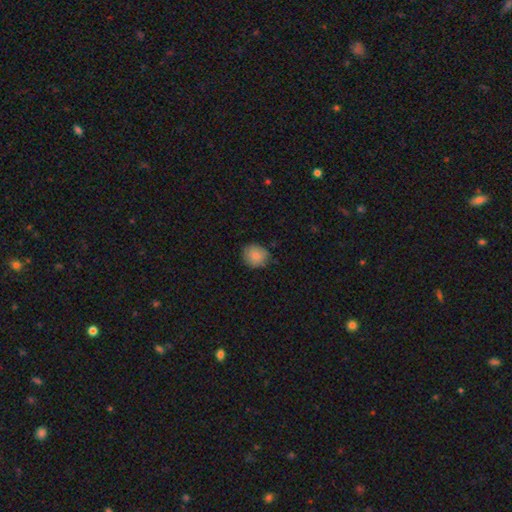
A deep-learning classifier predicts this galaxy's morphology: Smooth or featured?
  - smooth: 86% *
  - star or artifact: 8%
  - featured or disk: 7%
How rounded?
  - round: 82% *
  - in between: 17%
  - cigar-shaped: 1%
Merging?
  - none: 80% *
  - minor disturbance: 16%
  - major disturbance: 3%
  - merger: 1%